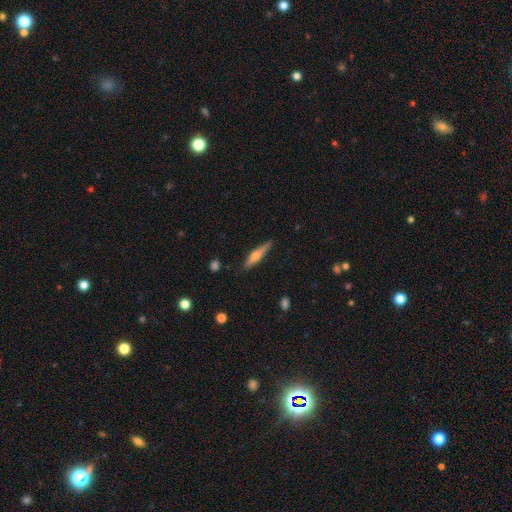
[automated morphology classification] A featured or disk galaxy (51%) viewed edge-on (94%). Merging: none (83%).